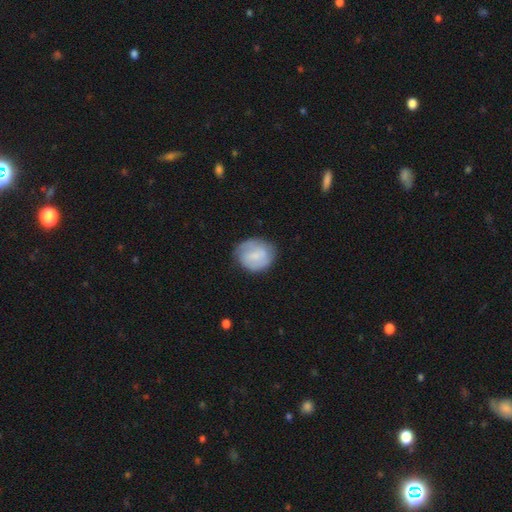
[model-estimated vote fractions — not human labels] smooth_or_featured: smooth (p=0.55) [alt: featured or disk p=0.38]
how_rounded: round (p=0.63) [alt: in between p=0.36]
merging: none (p=0.67) [alt: minor disturbance p=0.23]